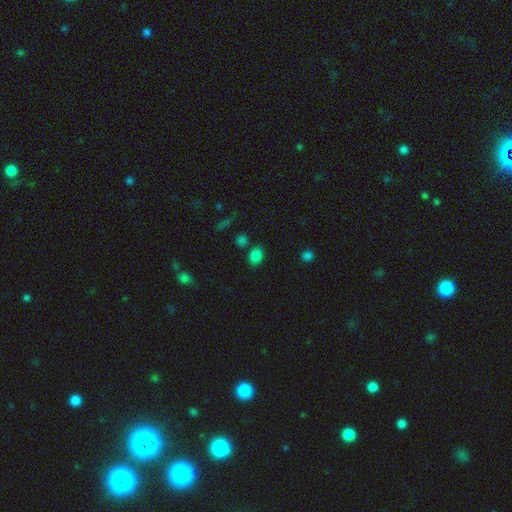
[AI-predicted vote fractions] Smooth or featured?
  - smooth: 82% *
  - star or artifact: 12%
  - featured or disk: 5%
How rounded?
  - in between: 56% *
  - round: 42%
  - cigar-shaped: 1%
Merging?
  - none: 78% *
  - minor disturbance: 12%
  - merger: 7%
  - major disturbance: 3%